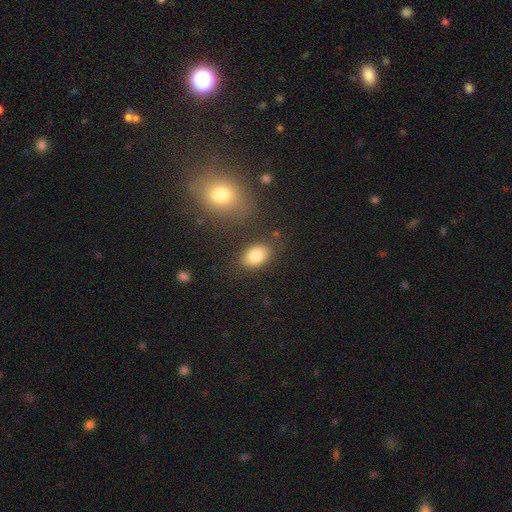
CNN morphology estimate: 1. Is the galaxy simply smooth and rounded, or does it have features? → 81% smooth, 11% featured or disk, 8% star or artifact.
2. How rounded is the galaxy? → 85% in between, 14% round, 1% cigar-shaped.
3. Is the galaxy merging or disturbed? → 80% none, 12% minor disturbance, 4% merger, 4% major disturbance.